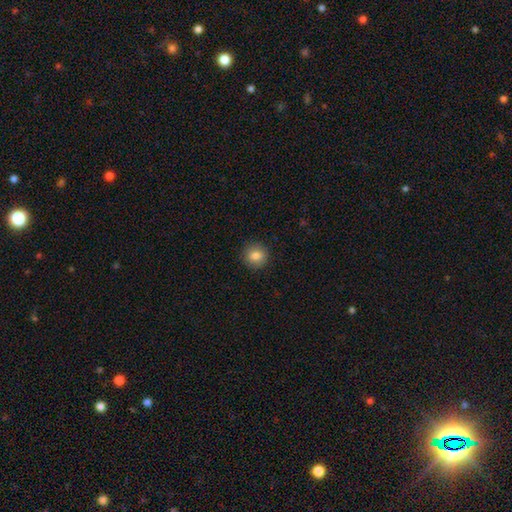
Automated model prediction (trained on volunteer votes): This is clearly a smooth galaxy (84%). How rounded: clearly round (93%). Merging: clearly none (92%).